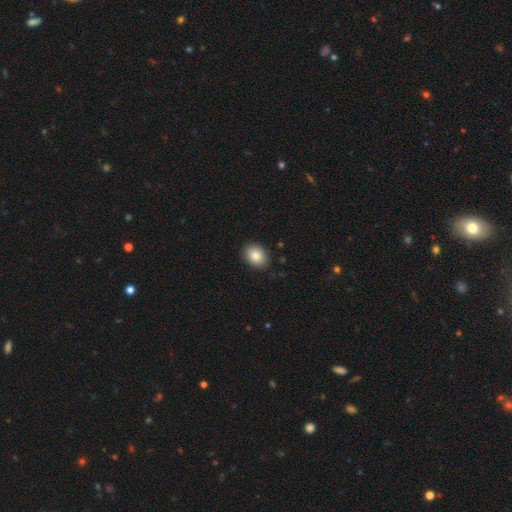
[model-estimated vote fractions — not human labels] smooth 85%, star or artifact 8%, featured or disk 7%. Down the decision tree: how rounded — in between (57%); merging — none (88%).